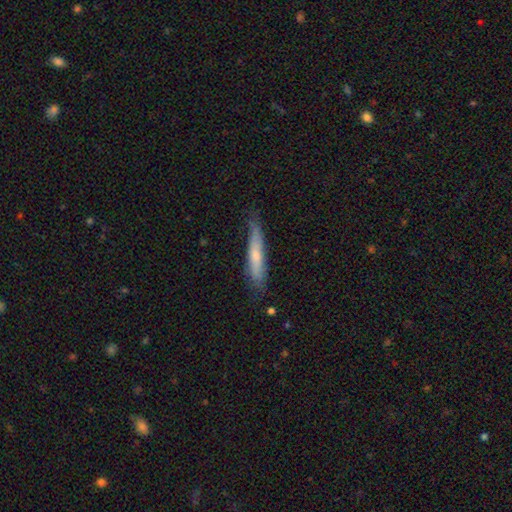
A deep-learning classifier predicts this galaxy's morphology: type=smooth (59%); roundness=cigar-shaped (90%); merging=none (68%).